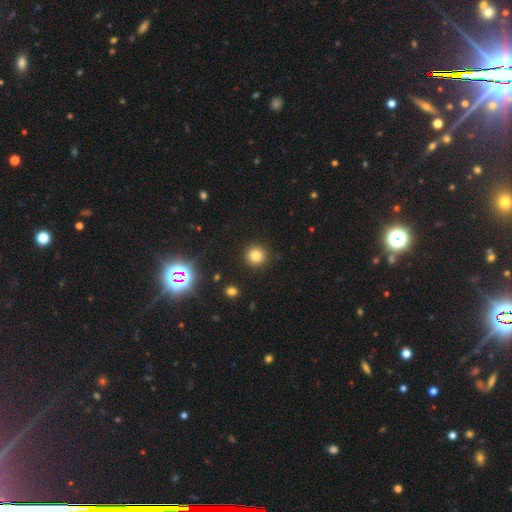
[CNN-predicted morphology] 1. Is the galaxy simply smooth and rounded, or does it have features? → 81% smooth, 14% star or artifact, 5% featured or disk.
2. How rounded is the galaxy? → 93% round, 6% in between, 1% cigar-shaped.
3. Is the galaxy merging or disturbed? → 91% none, 6% minor disturbance, 2% major disturbance, 1% merger.